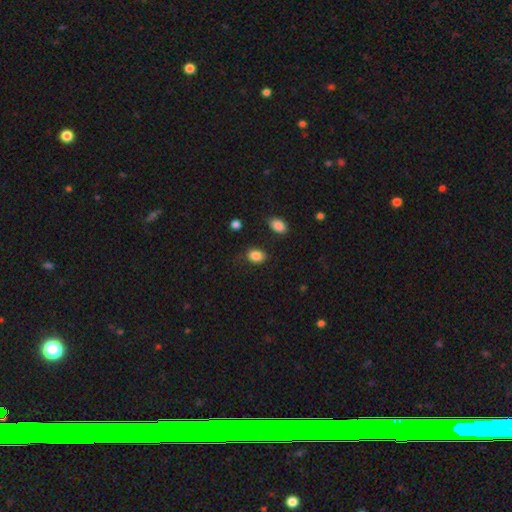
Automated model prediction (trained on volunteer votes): Smooth or featured?
  - smooth: 86% *
  - star or artifact: 9%
  - featured or disk: 5%
How rounded?
  - in between: 69% *
  - round: 30%
  - cigar-shaped: 1%
Merging?
  - none: 73% *
  - minor disturbance: 18%
  - major disturbance: 6%
  - merger: 3%